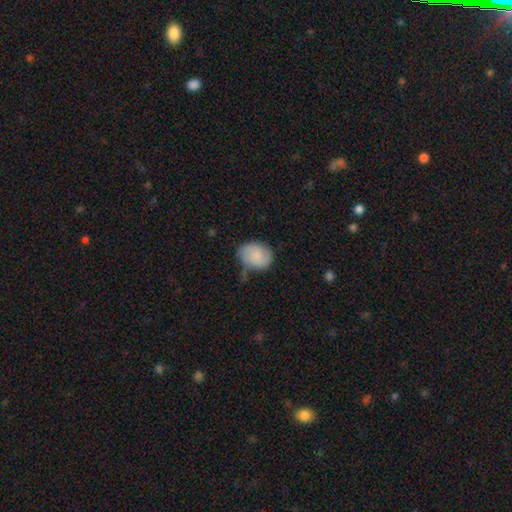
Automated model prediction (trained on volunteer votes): A smooth galaxy with no disk features (71%) that is in between round and cigar-shaped (56%). Merging: none (49%).